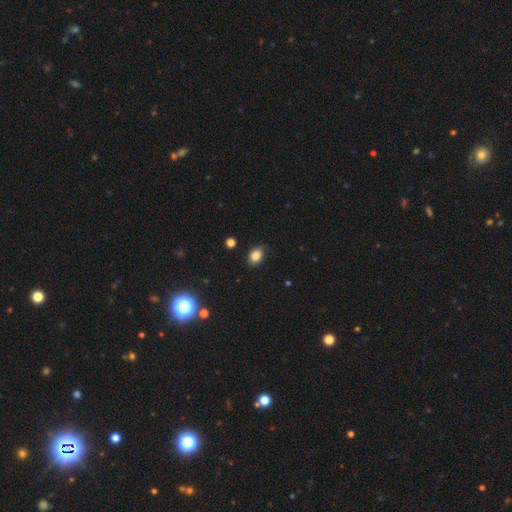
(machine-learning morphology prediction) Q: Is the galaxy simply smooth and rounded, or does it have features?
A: smooth — 85%.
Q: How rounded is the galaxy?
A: in between — 65%.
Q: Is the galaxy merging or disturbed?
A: none — 86%.